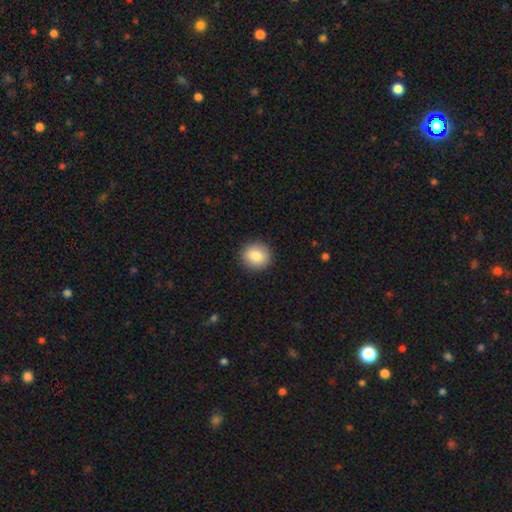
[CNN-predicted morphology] Smooth or featured?
  - smooth: 84% *
  - star or artifact: 8%
  - featured or disk: 8%
How rounded?
  - round: 87% *
  - in between: 12%
  - cigar-shaped: 1%
Merging?
  - none: 92% *
  - minor disturbance: 6%
  - major disturbance: 2%
  - merger: 1%